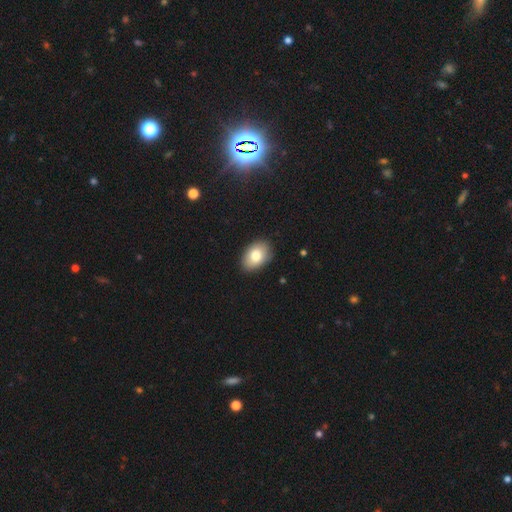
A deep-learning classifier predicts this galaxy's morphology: This is clearly a smooth galaxy (81%). How rounded: clearly in between (86%). Merging: clearly none (86%).